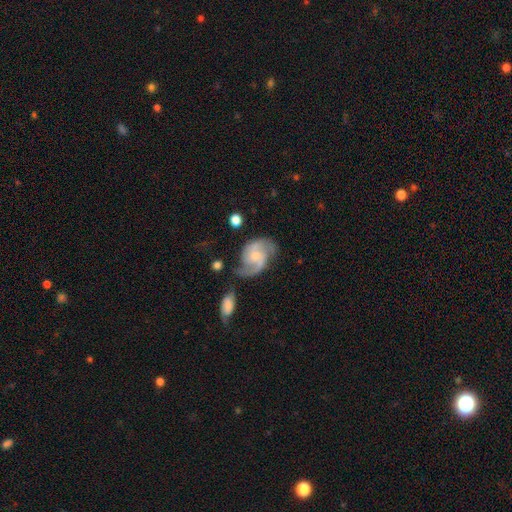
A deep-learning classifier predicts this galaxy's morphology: smooth-or-featured: featured or disk: 84% | smooth: 11% | star or artifact: 5%
  disk-edge-on: no: 97% | yes: 3%
    bar: no: 61% | weak: 33% | strong: 6%
    has-spiral-arms: yes: 96% | no: 4%
      spiral-winding: medium: 50% | loose: 29% | tight: 21%
      spiral-arm-count: 2: 84% | can't tell: 6% | 3: 5% | 1: 3% | 4: 1% | more than 4: 1%
    bulge-size: small: 59% | moderate: 35% | none: 3% | large: 2% | dominant: 1%
  merging: none: 58% | minor disturbance: 23% | major disturbance: 12% | merger: 7%